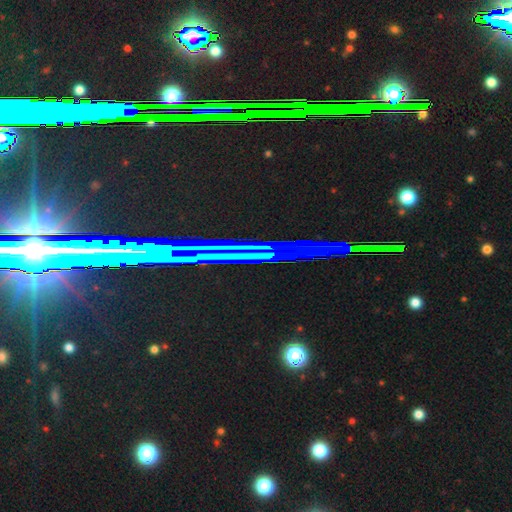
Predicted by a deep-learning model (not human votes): This is likely a star or artifact rather than a galaxy (74%).